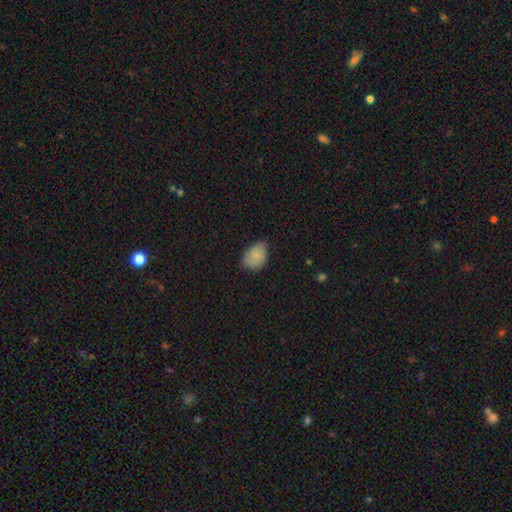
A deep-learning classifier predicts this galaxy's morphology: smooth 76%, featured or disk 16%, star or artifact 8%. Down the decision tree: how rounded — in between (76%); merging — none (51%).